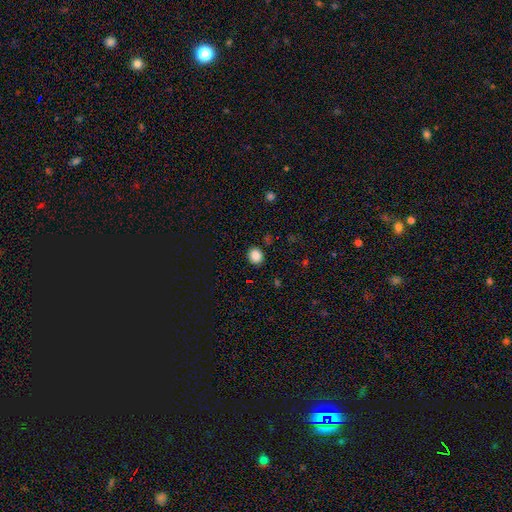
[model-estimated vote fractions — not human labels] Smooth or featured? smooth (87%)
How rounded? round (75%)
Merging? none (89%)